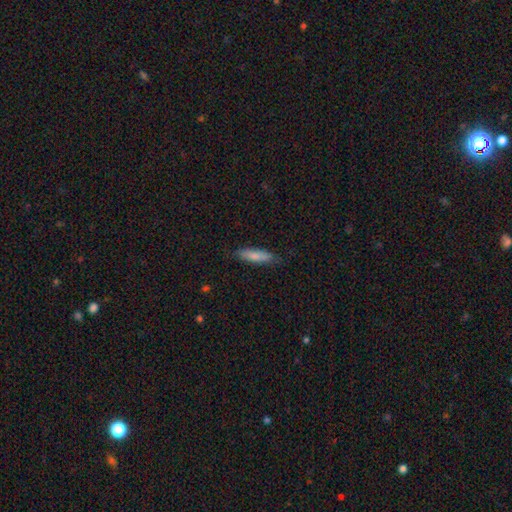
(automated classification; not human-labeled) Morphology: type=smooth (80%); roundness=cigar-shaped (66%); merging=none (82%).